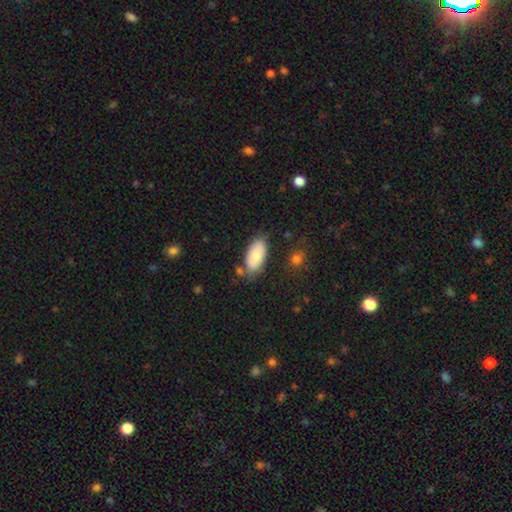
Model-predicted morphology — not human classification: Smooth or featured? Predicted: smooth (p=0.81). How rounded? Predicted: in between (p=0.94). Merging? Predicted: none (p=0.70).